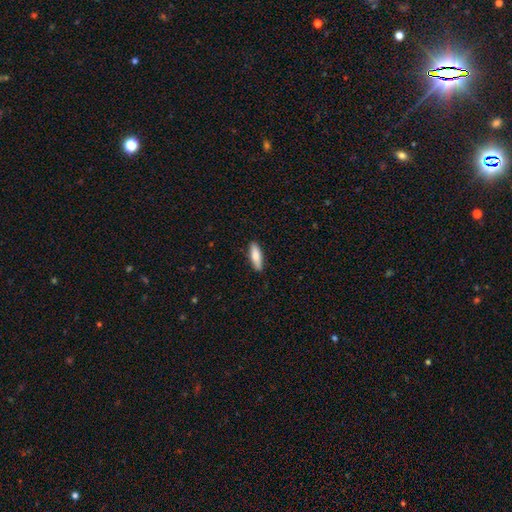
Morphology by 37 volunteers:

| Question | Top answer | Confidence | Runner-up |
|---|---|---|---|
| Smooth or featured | smooth | 76% | featured or disk (19%) |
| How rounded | cigar-shaped | 68% | in between (29%) |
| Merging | none | 74% | minor disturbance (17%) |